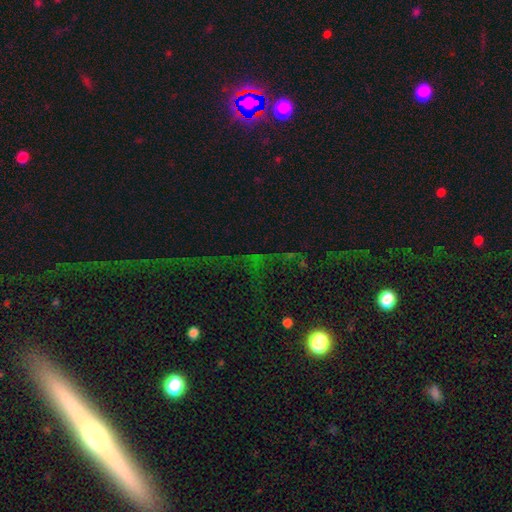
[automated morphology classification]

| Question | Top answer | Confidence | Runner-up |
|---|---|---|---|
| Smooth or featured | star or artifact | 73% | smooth (15%) |